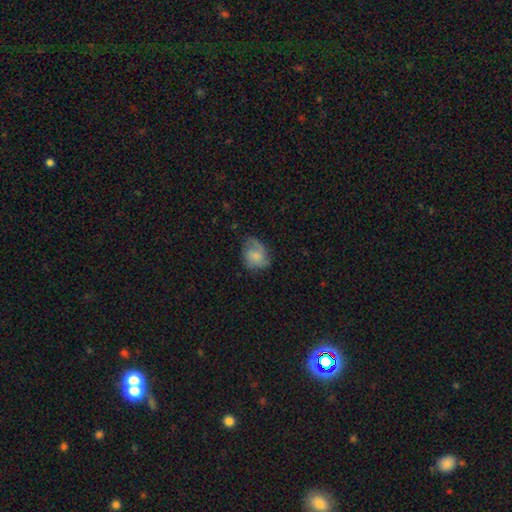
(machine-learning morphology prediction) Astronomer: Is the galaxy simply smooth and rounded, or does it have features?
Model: smooth — 58% (runner-up: featured or disk, 34%).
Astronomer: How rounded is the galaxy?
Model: in between — 65%.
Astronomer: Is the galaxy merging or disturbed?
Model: none — 49% (runner-up: minor disturbance, 31%).